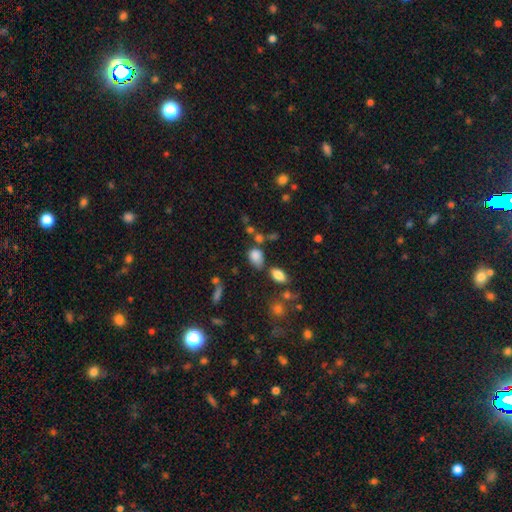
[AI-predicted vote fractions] Smooth or featured? smooth (81%)
How rounded? in between (72%)
Merging? none (51%)